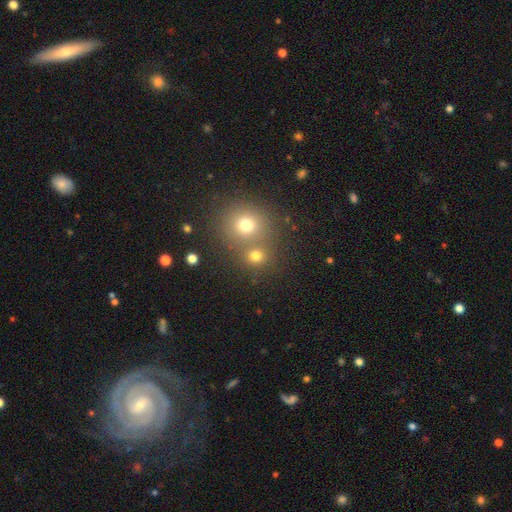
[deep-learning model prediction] Smooth or featured: smooth — 75% (star or artifact — 17%)
How rounded: round — 84% (in between — 15%)
Merging: none — 59% (merger — 31%)